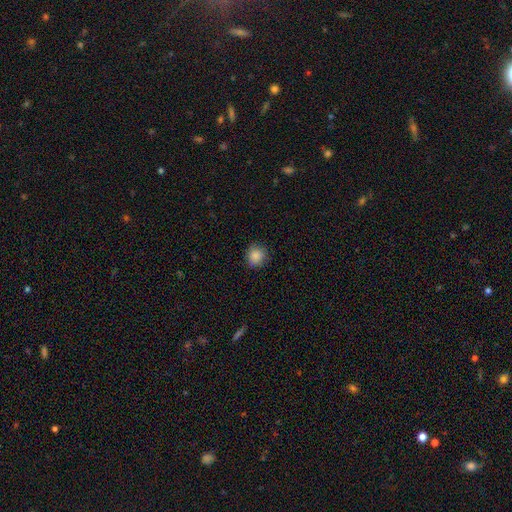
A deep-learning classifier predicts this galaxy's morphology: Smooth or featured? Predicted: smooth (p=0.87). How rounded? Predicted: round (p=0.89). Merging? Predicted: none (p=0.86).